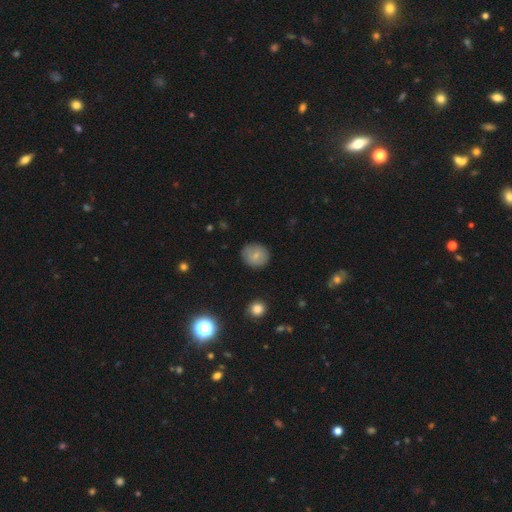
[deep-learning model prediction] Smooth or featured: smooth — 75% (featured or disk — 16%)
How rounded: round — 83% (in between — 16%)
Merging: none — 85% (minor disturbance — 11%)